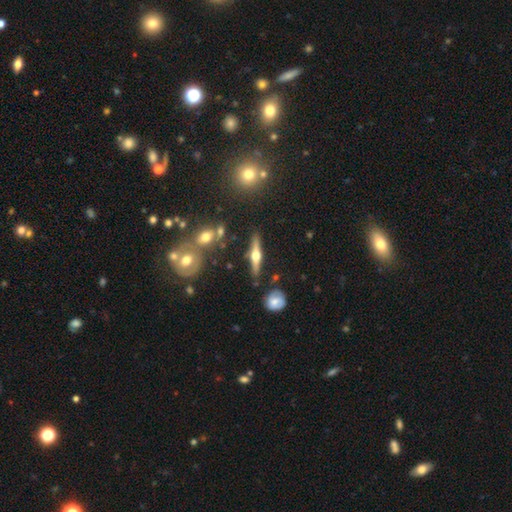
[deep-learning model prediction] Smooth or featured? Predicted: featured or disk (p=0.72). Edge-on disk? Predicted: yes (p=0.96). Edge-on bulge? Predicted: rounded (p=0.95). Merging? Predicted: none (p=0.84).